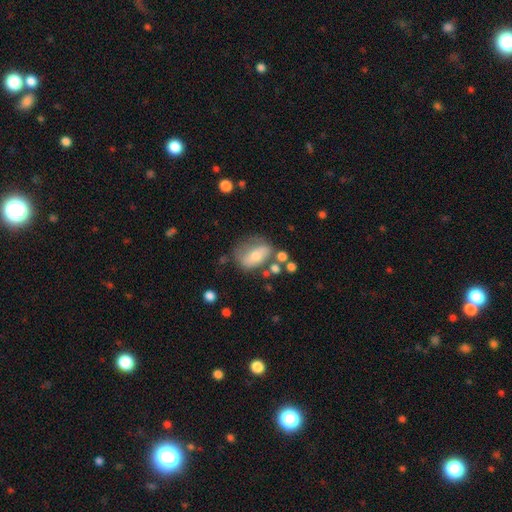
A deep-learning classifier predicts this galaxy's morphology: Smooth or featured? Predicted: smooth (p=0.54). How rounded? Predicted: in between (p=0.78). Merging? Predicted: none (p=0.45).